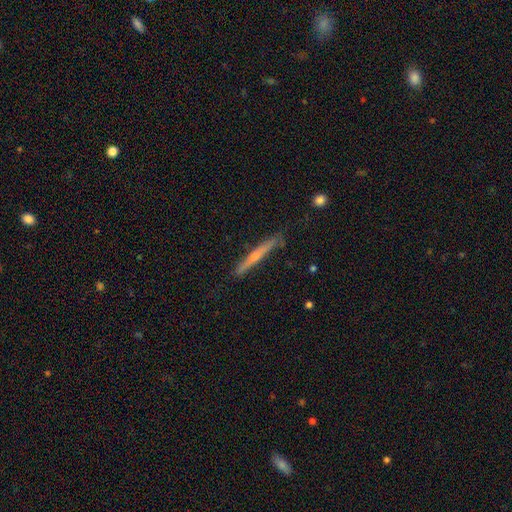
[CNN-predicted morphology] Smooth or featured: featured or disk — 53% (smooth — 41%)
Edge-on disk: yes — 96% (no — 4%)
Edge-on bulge: rounded — 52% (none — 41%)
Merging: none — 81% (minor disturbance — 15%)